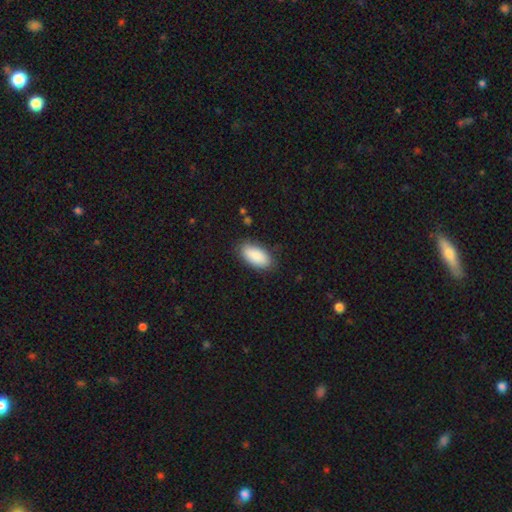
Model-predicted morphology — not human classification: Smooth or featured: smooth — 89% (star or artifact — 6%)
How rounded: in between — 92% (cigar-shaped — 6%)
Merging: none — 83% (minor disturbance — 12%)